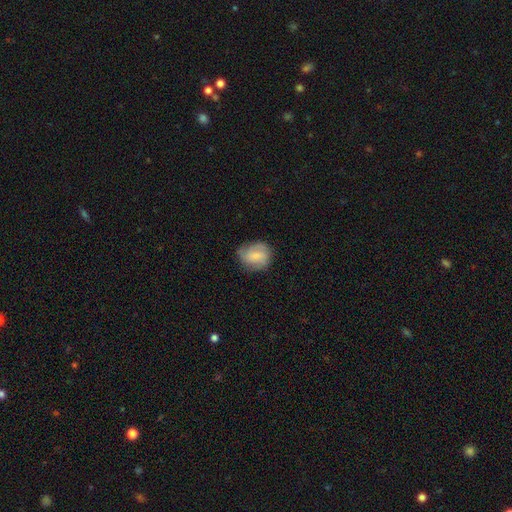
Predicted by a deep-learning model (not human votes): Smooth or featured?
  - smooth: 57% *
  - featured or disk: 36%
  - star or artifact: 7%
How rounded?
  - round: 65% *
  - in between: 34%
  - cigar-shaped: 1%
Merging?
  - none: 68% *
  - minor disturbance: 24%
  - major disturbance: 7%
  - merger: 1%